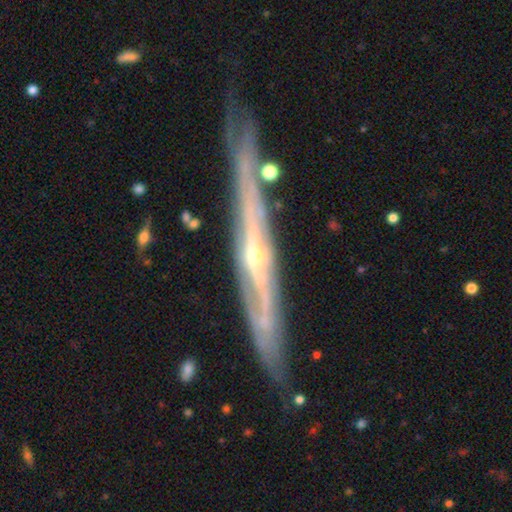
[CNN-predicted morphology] featured or disk 84%, smooth 10%, star or artifact 6%. Down the decision tree: edge-on disk — yes (85%); edge-on bulge — rounded (62%); merging — none (77%).